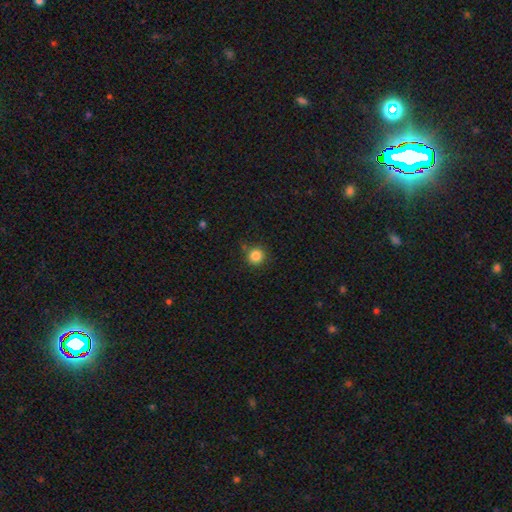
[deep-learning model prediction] smooth-or-featured: smooth: 84% | star or artifact: 12% | featured or disk: 4%
  how-rounded: round: 94% | in between: 5% | cigar-shaped: 1%
  merging: none: 82% | minor disturbance: 12% | merger: 3% | major disturbance: 3%